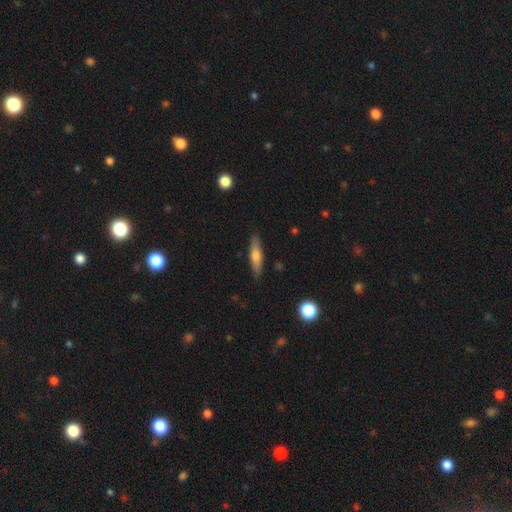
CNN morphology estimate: This appears to be a smooth galaxy with no disk features (60%) that is cigar-shaped (78%). Merging: none (87%).